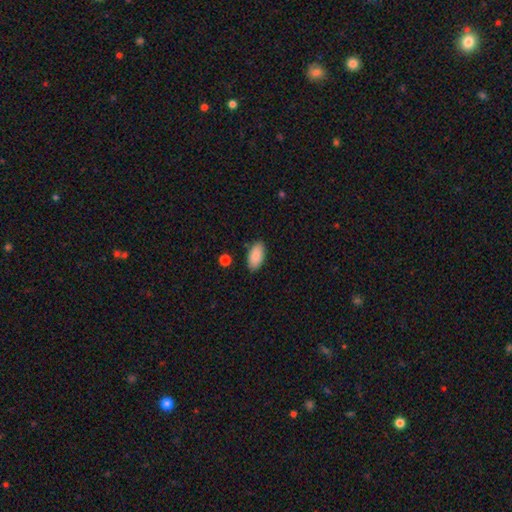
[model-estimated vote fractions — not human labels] This is clearly a smooth galaxy (89%). How rounded: clearly in between (94%). Merging: clearly none (87%).